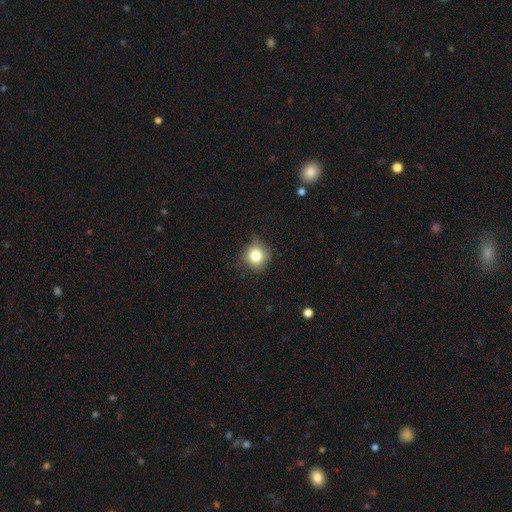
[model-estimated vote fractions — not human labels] smooth 80%, star or artifact 11%, featured or disk 9%. Down the decision tree: how rounded — round (87%); merging — none (72%).